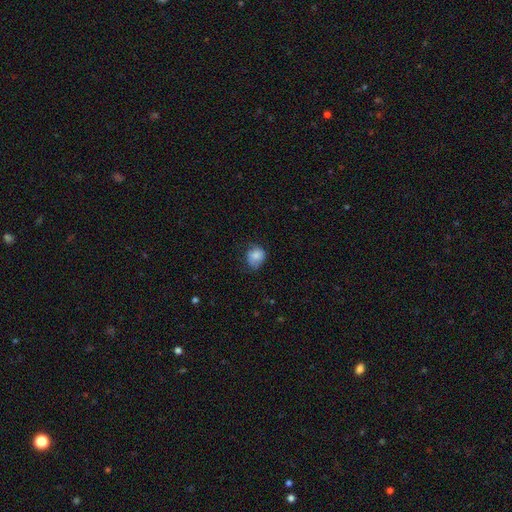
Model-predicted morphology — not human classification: This is clearly a smooth galaxy (80%). How rounded: likely round (64%). Merging: possibly none (55%).